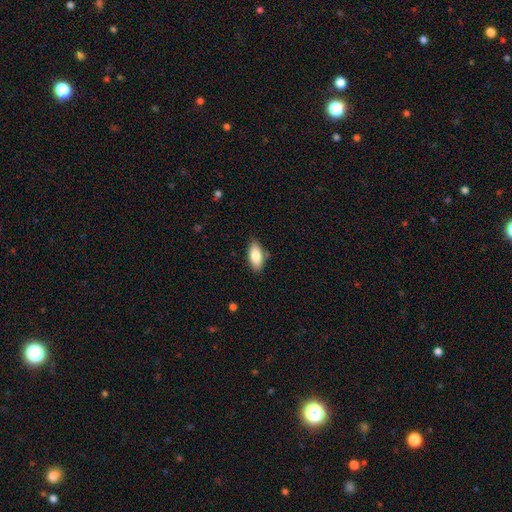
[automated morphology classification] Smooth or featured: smooth — 82% (featured or disk — 11%)
How rounded: in between — 89% (cigar-shaped — 9%)
Merging: none — 81% (minor disturbance — 14%)